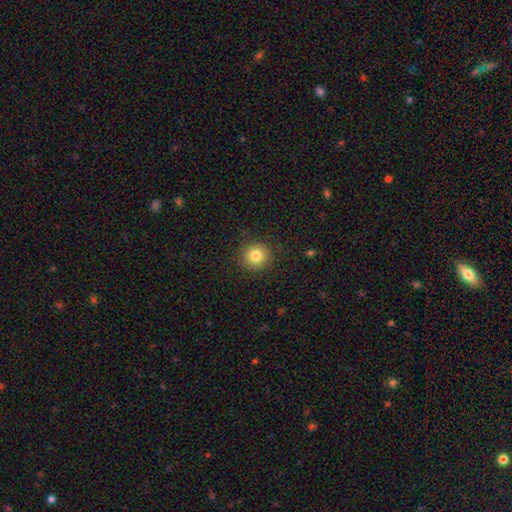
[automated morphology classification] Smooth or featured: smooth — 82% (star or artifact — 11%)
How rounded: round — 91% (in between — 8%)
Merging: none — 90% (minor disturbance — 7%)